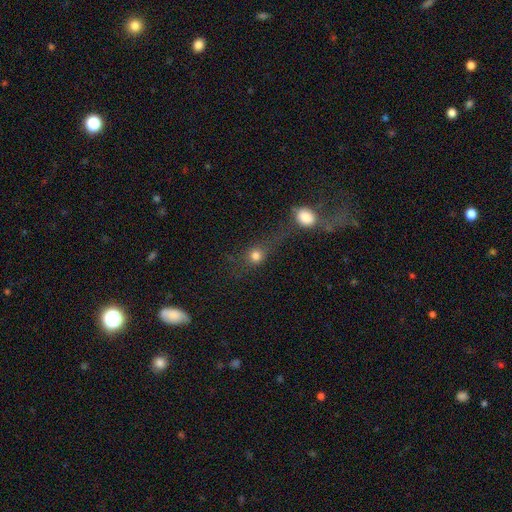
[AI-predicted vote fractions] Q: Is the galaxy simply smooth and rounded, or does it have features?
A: smooth — 71%.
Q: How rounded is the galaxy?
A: round — 76%.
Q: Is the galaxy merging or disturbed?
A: none — 43%.